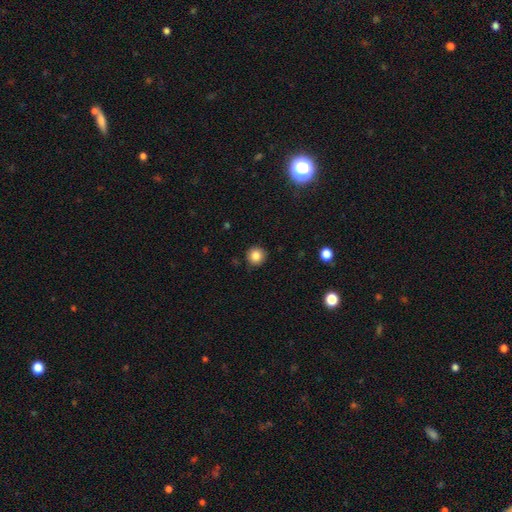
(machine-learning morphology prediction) smooth-or-featured: smooth: 84% | star or artifact: 10% | featured or disk: 5%
  how-rounded: round: 94% | in between: 5% | cigar-shaped: 1%
  merging: none: 89% | minor disturbance: 8% | major disturbance: 2% | merger: 1%